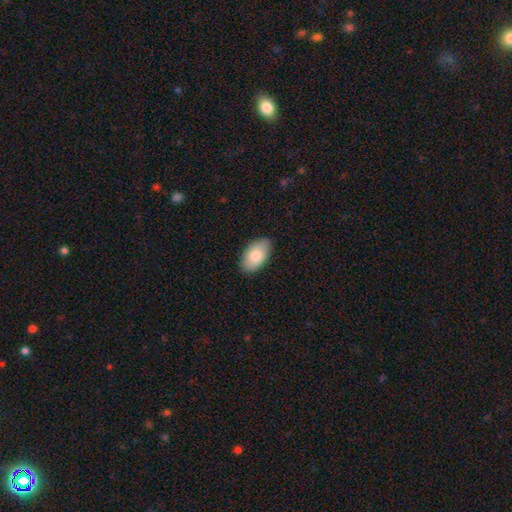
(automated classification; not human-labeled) Smooth or featured? smooth (82%)
How rounded? in between (95%)
Merging? none (87%)